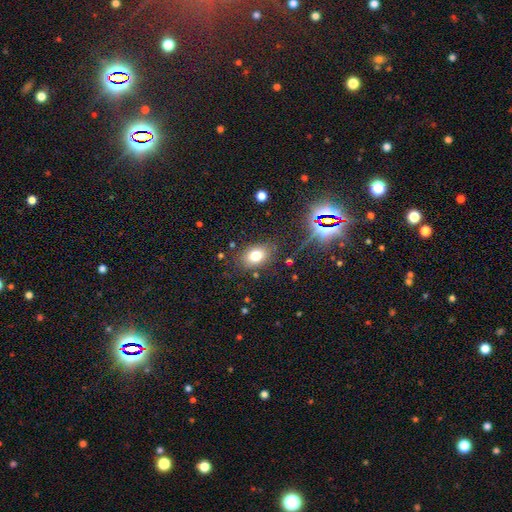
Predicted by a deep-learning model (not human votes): Smooth or featured: smooth — 75% (star or artifact — 14%)
How rounded: in between — 76% (round — 23%)
Merging: none — 81% (minor disturbance — 12%)